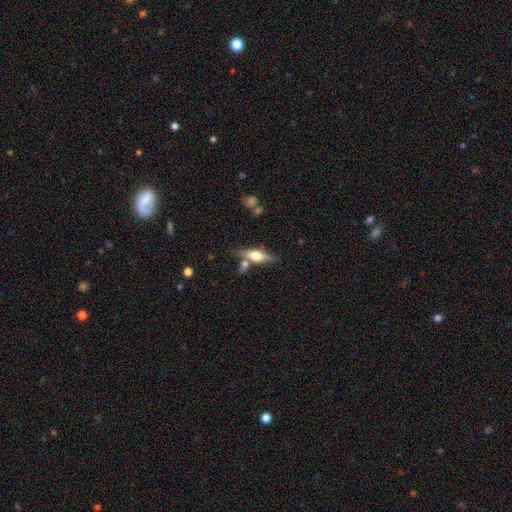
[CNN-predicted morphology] Smooth or featured? featured or disk (57%)
Edge-on disk? yes (93%)
Edge-on bulge? rounded (92%)
Merging? none (67%)